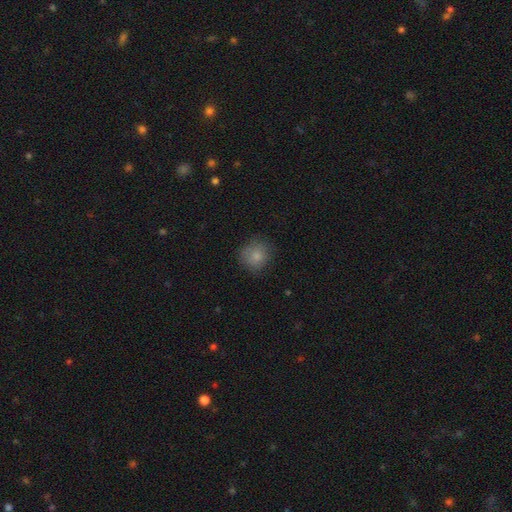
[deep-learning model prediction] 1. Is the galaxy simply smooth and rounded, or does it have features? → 83% smooth, 9% star or artifact, 8% featured or disk.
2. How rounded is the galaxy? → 85% round, 14% in between, 1% cigar-shaped.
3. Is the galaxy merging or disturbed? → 75% none, 18% minor disturbance, 5% major disturbance, 1% merger.